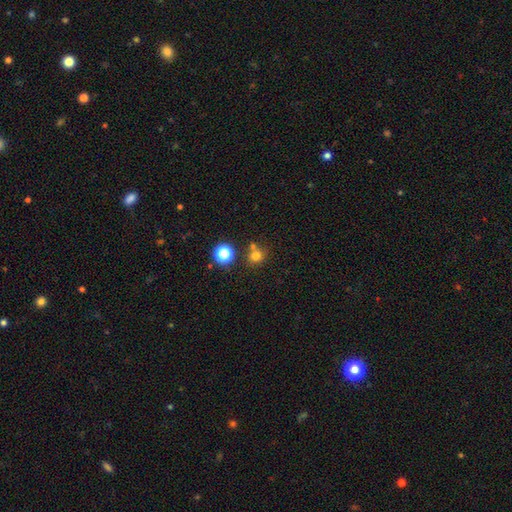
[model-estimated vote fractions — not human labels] A smooth galaxy with no disk features (74%) that is round (87%). Merging: none (66%).